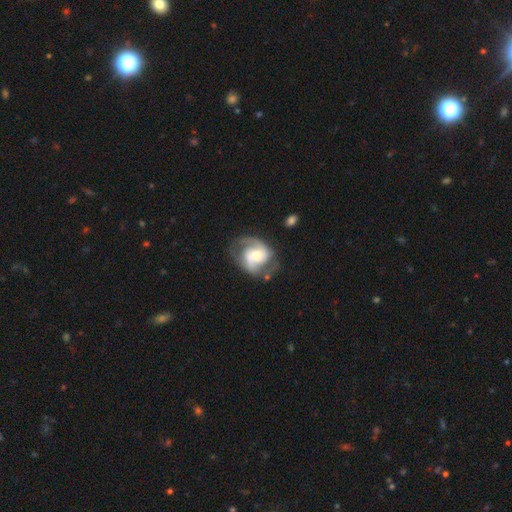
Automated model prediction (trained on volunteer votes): The model was most divided on "bar": no: 49%, weak: 39%, strong: 12%. More confident: edge-on disk — no (98%); spiral arms — yes (94%); spiral arm count — 2 (84%); smooth or featured — featured or disk (81%); merging — none (64%); bulge size — moderate (52%); spiral winding — medium (51%).